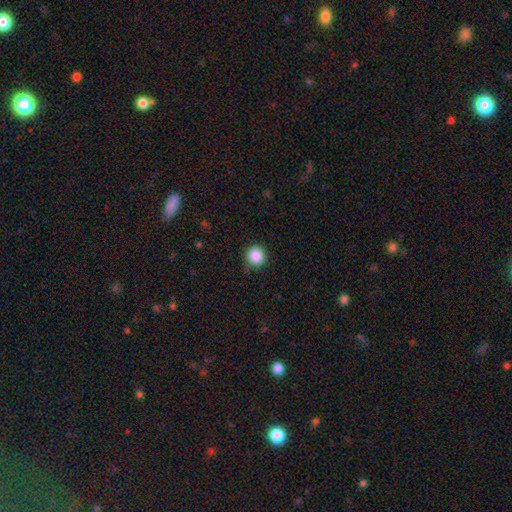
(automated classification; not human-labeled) Smooth or featured?
  - smooth: 88% *
  - star or artifact: 9%
  - featured or disk: 3%
How rounded?
  - round: 94% *
  - in between: 5%
  - cigar-shaped: 1%
Merging?
  - none: 81% *
  - minor disturbance: 14%
  - major disturbance: 3%
  - merger: 1%